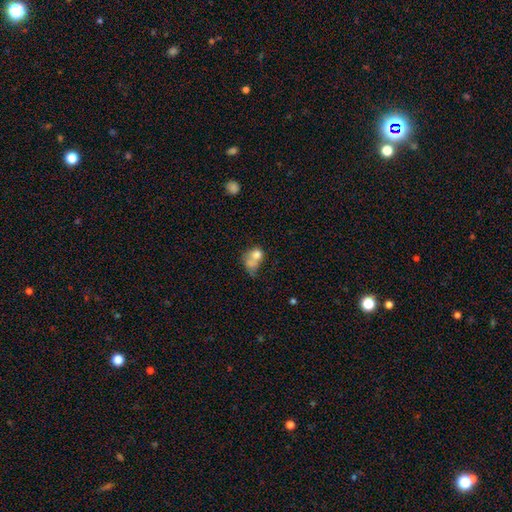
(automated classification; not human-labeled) Smooth or featured?
  - smooth: 66% *
  - featured or disk: 22%
  - star or artifact: 12%
How rounded?
  - in between: 55% *
  - round: 43%
  - cigar-shaped: 1%
Merging?
  - merger: 49% *
  - major disturbance: 19%
  - none: 18%
  - minor disturbance: 14%